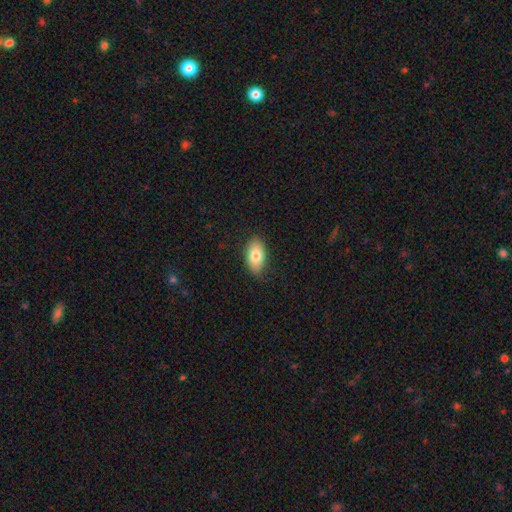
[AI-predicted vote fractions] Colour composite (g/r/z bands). It shows a smooth galaxy with no disk features (80%) that is in between round and cigar-shaped (93%). Merging: none (86%).